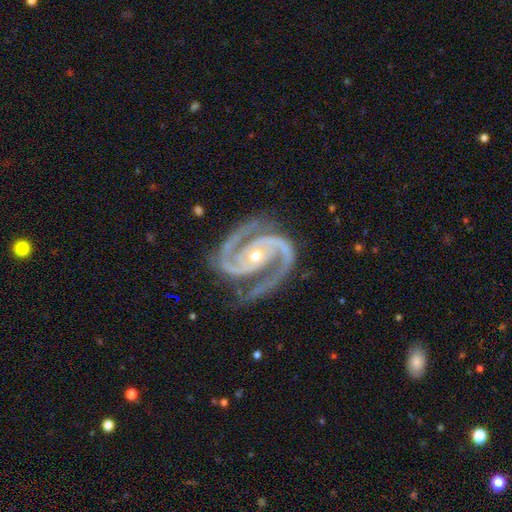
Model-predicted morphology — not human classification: This appears to be a featured or disk galaxy (95%) with no bar (59%), 2 (91%) medium (48%) spiral arms (99%) and a moderate central bulge (57%). Merging: none (78%).